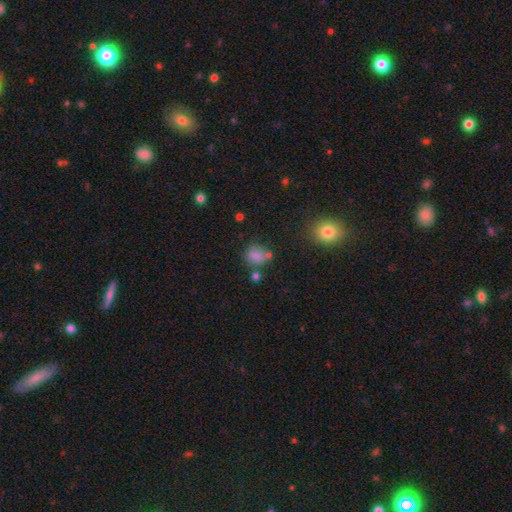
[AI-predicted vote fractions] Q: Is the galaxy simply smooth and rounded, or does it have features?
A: smooth — 76%.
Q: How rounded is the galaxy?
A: round — 55%.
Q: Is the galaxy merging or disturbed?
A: none — 58%.